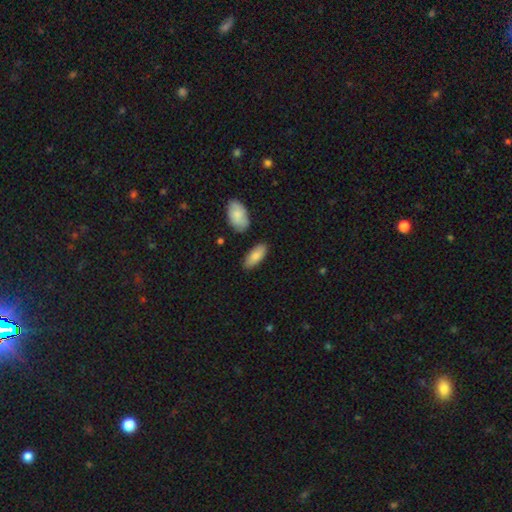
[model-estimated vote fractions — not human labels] This is clearly a smooth galaxy (83%). How rounded: clearly in between (84%). Merging: clearly none (82%).